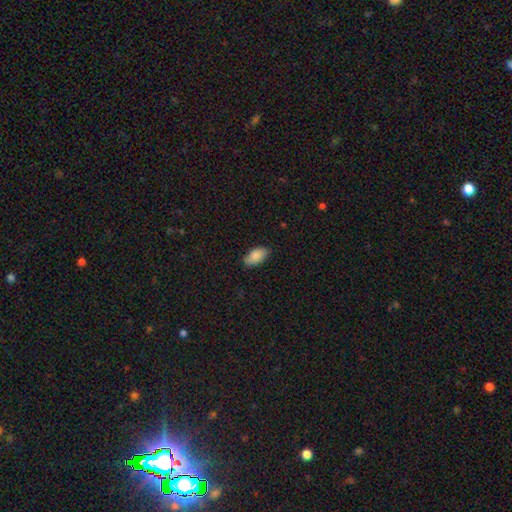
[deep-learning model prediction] Overall: smooth (85%). How rounded: in between (94%). Merging: none (79%).